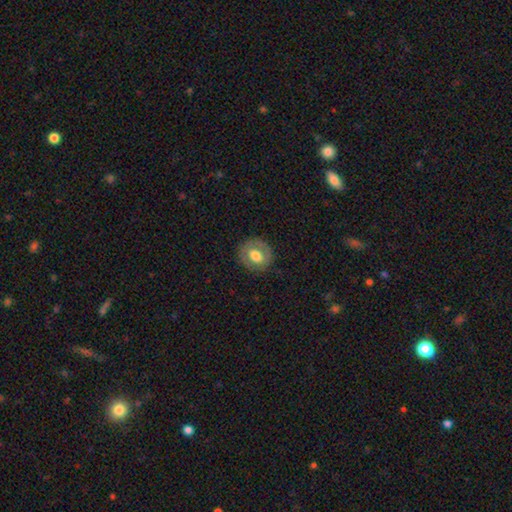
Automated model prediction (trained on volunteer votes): A smooth galaxy with no disk features (60%) that is round (72%).

Vote fractions:
- Smooth or featured? smooth: 60% / featured or disk: 33% / star or artifact: 7%
- How rounded? round: 72% / in between: 27% / cigar-shaped: 1%
- Merging? none: 82% / minor disturbance: 12% / major disturbance: 4% / merger: 1%